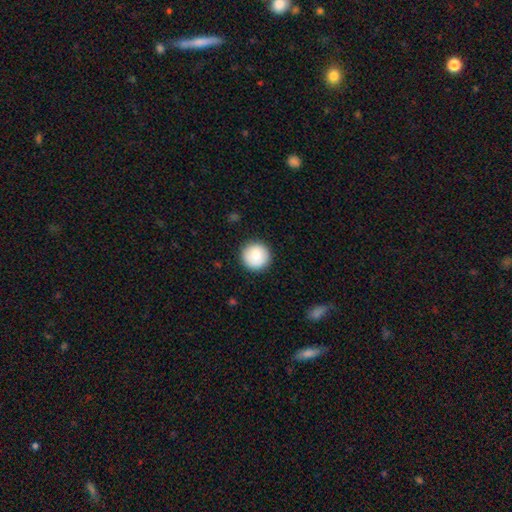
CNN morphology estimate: Q: Smooth or featured?
A: smooth (83%); runner-up: featured or disk (10%)
Q: How rounded?
A: round (96%); runner-up: in between (3%)
Q: Merging?
A: none (90%); runner-up: minor disturbance (7%)